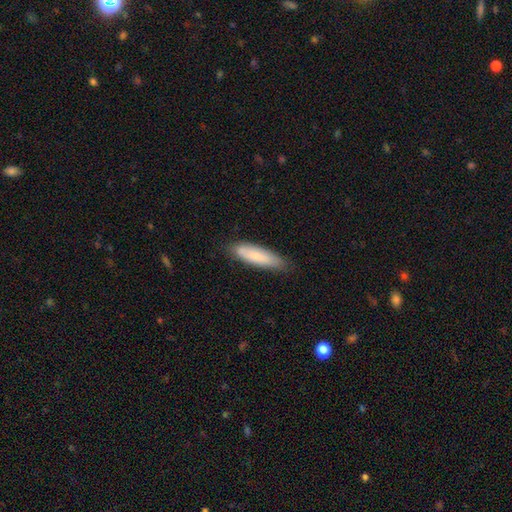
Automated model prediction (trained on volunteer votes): A smooth galaxy with no disk features (76%) that is cigar-shaped (63%). Merging: none (79%).